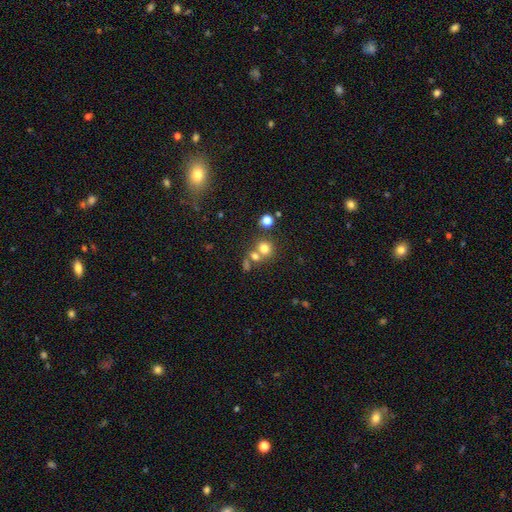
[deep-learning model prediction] Smooth or featured: smooth — 62% (star or artifact — 24%)
How rounded: round — 84% (in between — 15%)
Merging: none — 50% (merger — 38%)